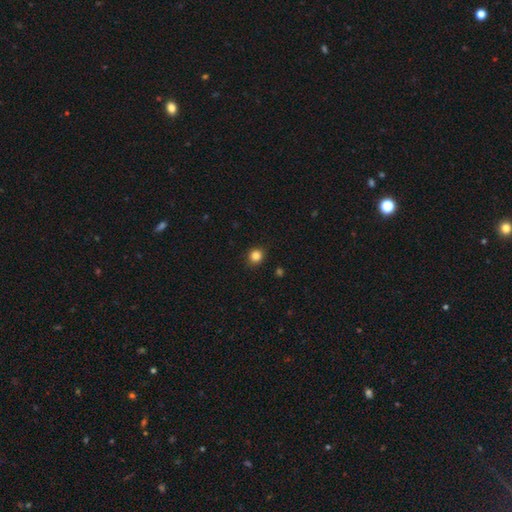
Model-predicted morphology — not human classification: smooth-or-featured: smooth: 85% | star or artifact: 12% | featured or disk: 3%
  how-rounded: round: 86% | in between: 13% | cigar-shaped: 1%
  merging: none: 90% | minor disturbance: 7% | major disturbance: 2% | merger: 1%